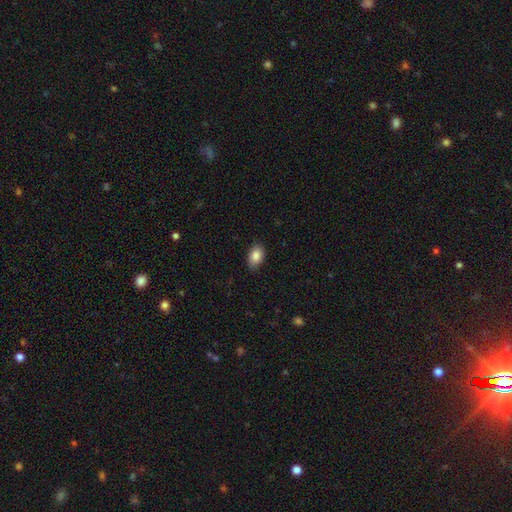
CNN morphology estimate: A smooth galaxy with no disk features (87%) that is in between round and cigar-shaped (87%).

Vote fractions:
- Smooth or featured? smooth: 87% / star or artifact: 8% / featured or disk: 6%
- How rounded? in between: 87% / round: 11% / cigar-shaped: 1%
- Merging? none: 84% / minor disturbance: 12% / major disturbance: 2% / merger: 1%